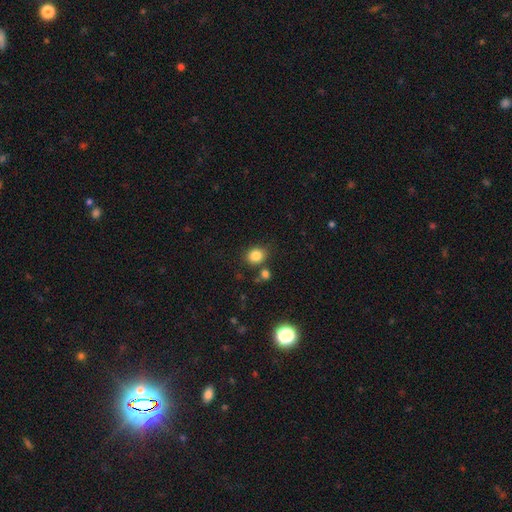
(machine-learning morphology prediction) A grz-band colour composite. It shows a smooth galaxy with no disk features (83%) that is round (62%). Merging: none (76%).